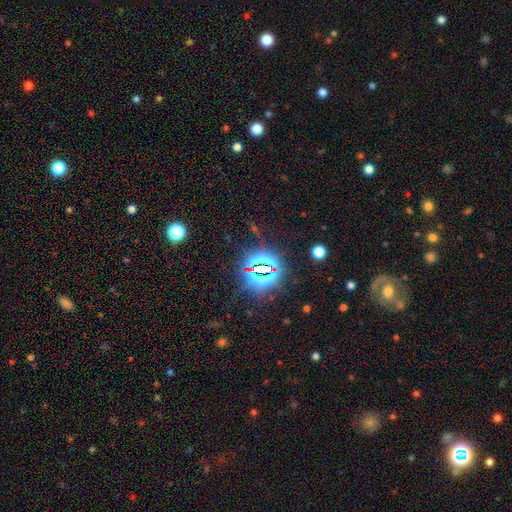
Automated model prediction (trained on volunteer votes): Morphology: type=star or artifact (81%).